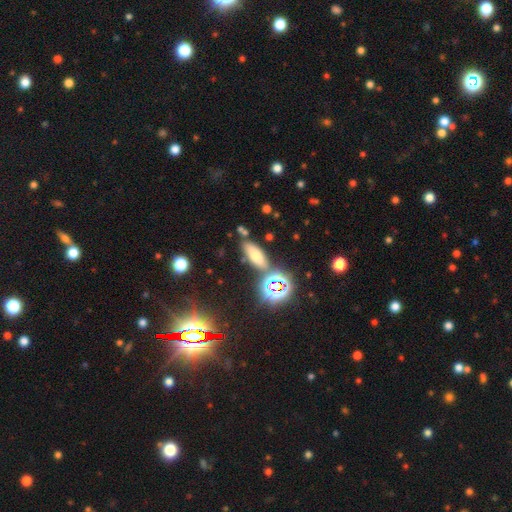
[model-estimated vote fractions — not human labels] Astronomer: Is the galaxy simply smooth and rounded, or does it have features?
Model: smooth — 58%.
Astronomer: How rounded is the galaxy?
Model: in between — 66%.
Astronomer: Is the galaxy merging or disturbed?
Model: none — 76%.